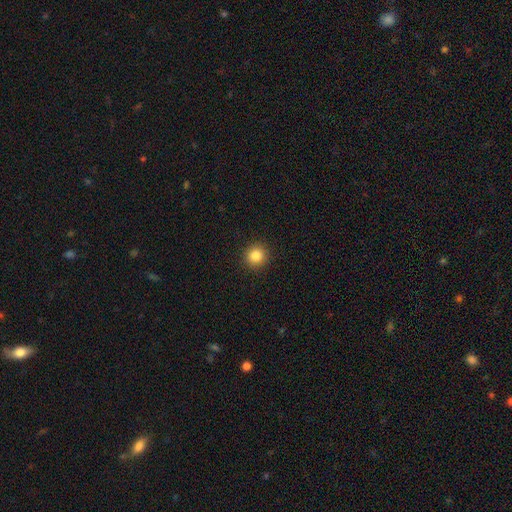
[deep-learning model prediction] The model was most divided on "smooth or featured": smooth: 84%, star or artifact: 11%, featured or disk: 5%. More confident: how rounded — round (93%); merging — none (92%).